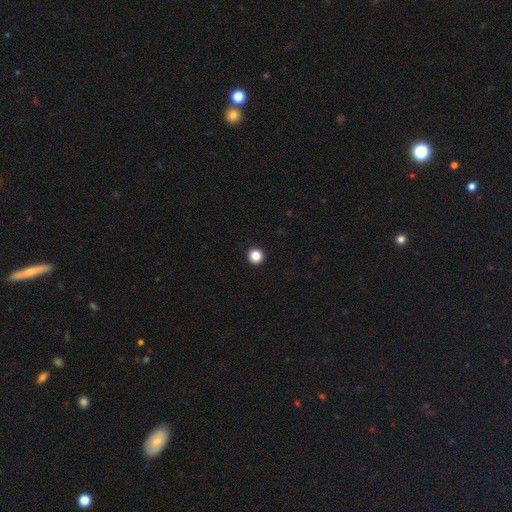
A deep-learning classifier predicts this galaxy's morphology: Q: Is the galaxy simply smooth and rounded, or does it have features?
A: smooth — 86%.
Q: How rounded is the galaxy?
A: round — 96%.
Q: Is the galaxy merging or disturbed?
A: none — 94%.